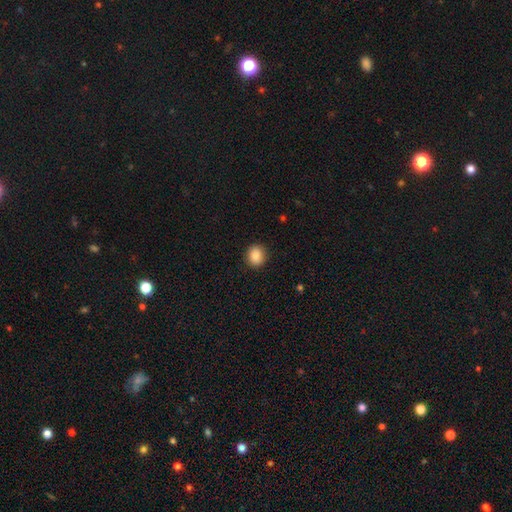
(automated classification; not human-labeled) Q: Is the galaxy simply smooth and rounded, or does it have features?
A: smooth — 88%.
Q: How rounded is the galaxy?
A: round — 66%.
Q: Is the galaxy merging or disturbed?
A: none — 90%.